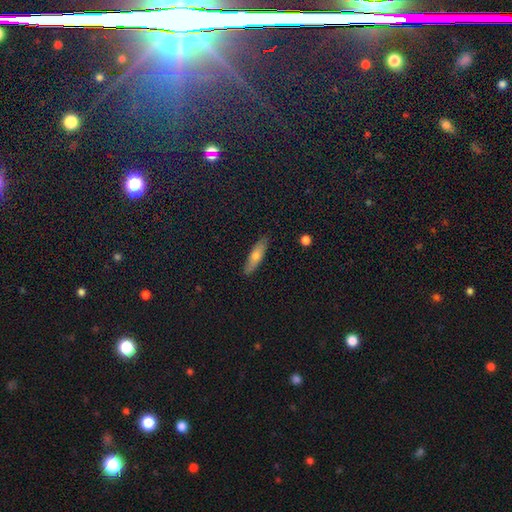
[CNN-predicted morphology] smooth 61%, featured or disk 31%, star or artifact 8%. Down the decision tree: how rounded — cigar-shaped (65%); merging — none (87%).